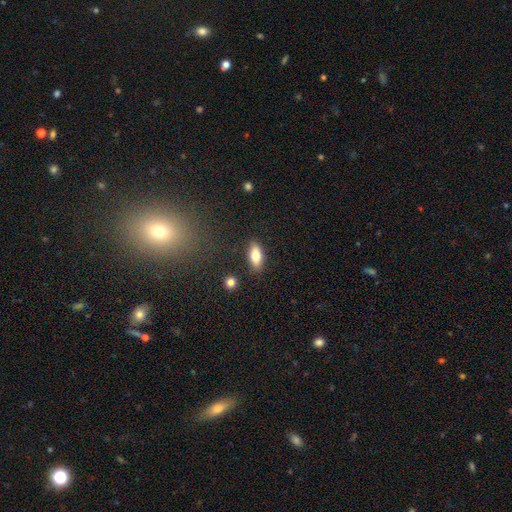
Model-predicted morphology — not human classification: Smooth or featured: smooth — 78% (featured or disk — 15%)
How rounded: in between — 82% (cigar-shaped — 15%)
Merging: none — 85% (minor disturbance — 10%)